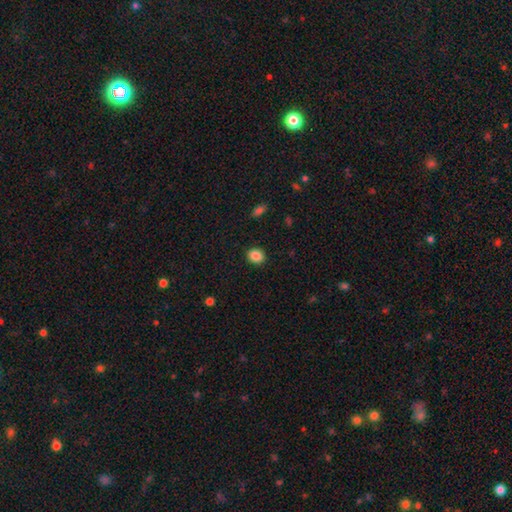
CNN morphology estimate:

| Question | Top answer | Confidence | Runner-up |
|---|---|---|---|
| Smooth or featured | smooth | 87% | star or artifact (9%) |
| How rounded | round | 66% | in between (33%) |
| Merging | none | 90% | minor disturbance (7%) |